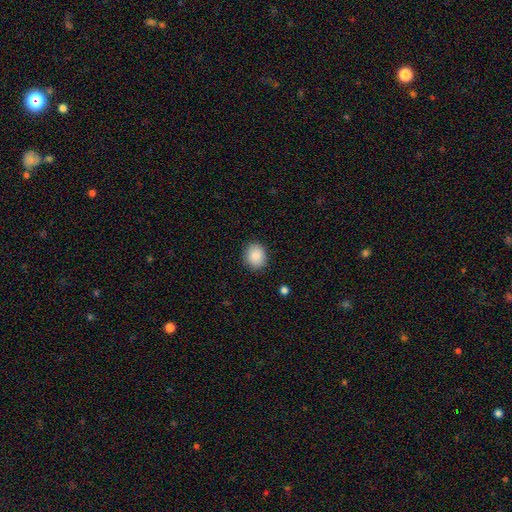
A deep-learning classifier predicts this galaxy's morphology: A smooth galaxy with no disk features (88%) that is round (68%). Merging: none (88%).